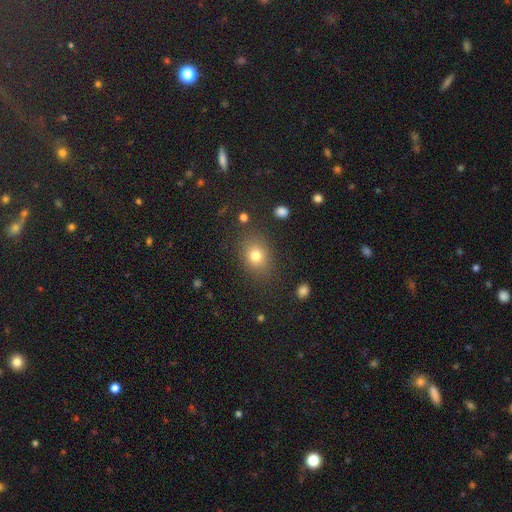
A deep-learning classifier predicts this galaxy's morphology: Overall: smooth (77%). How rounded: in between (51%; round 47%). Merging: none (83%).